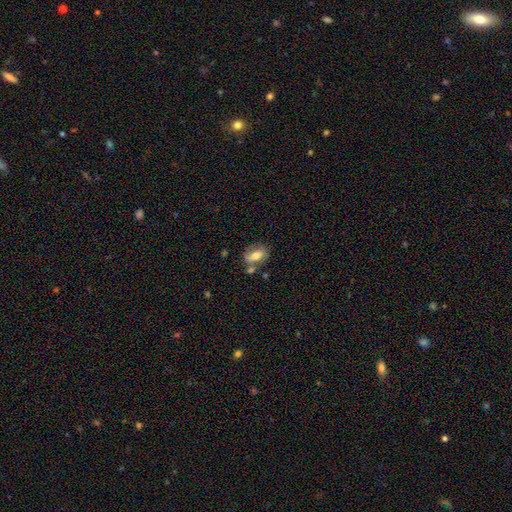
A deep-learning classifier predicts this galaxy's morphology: smooth 56%, featured or disk 36%, star or artifact 8%. Down the decision tree: how rounded — in between (78%); merging — none (55%).